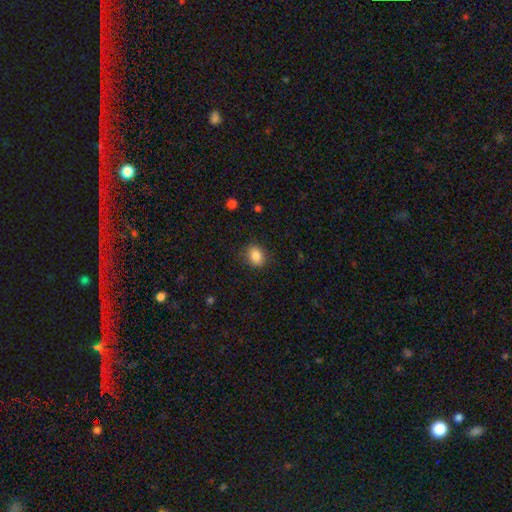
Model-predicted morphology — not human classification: This appears to be a smooth galaxy with no disk features (85%) that is round (51%). Merging: none (83%).